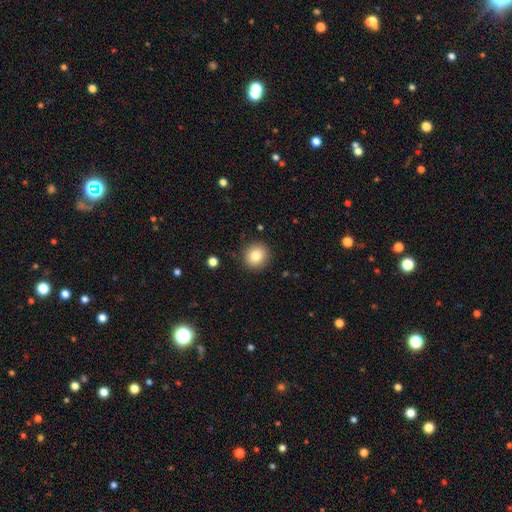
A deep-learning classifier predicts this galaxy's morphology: Smooth or featured? Predicted: smooth (p=0.83). How rounded? Predicted: round (p=0.91). Merging? Predicted: none (p=0.89).